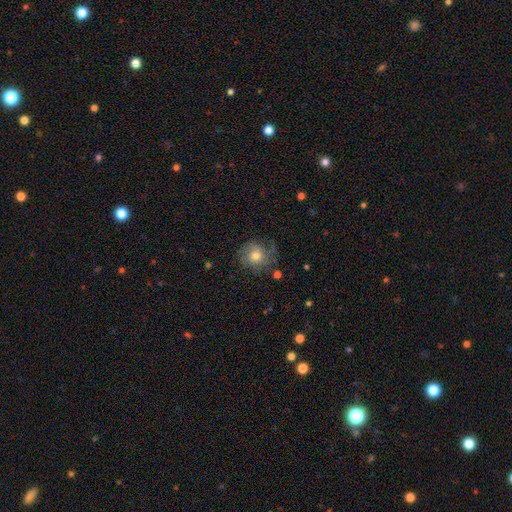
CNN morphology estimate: featured or disk 46%, smooth 43%, star or artifact 11%. Down the decision tree: merging — none (67%).